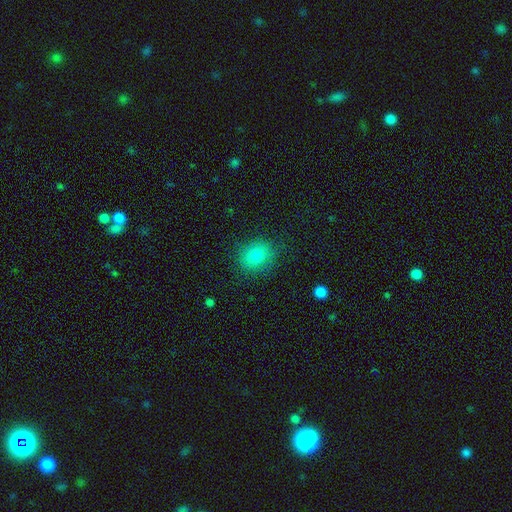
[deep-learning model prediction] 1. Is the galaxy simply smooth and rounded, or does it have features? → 82% smooth, 11% star or artifact, 7% featured or disk.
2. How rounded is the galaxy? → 70% round, 29% in between, 1% cigar-shaped.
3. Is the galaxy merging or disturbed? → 83% none, 12% minor disturbance, 4% major disturbance, 1% merger.